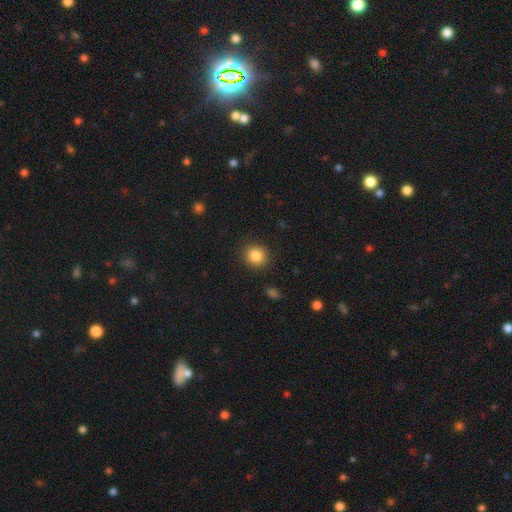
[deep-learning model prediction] smooth_or_featured: smooth (p=0.85) [alt: star or artifact p=0.10]
how_rounded: round (p=0.88) [alt: in between p=0.11]
merging: none (p=0.90) [alt: minor disturbance p=0.07]